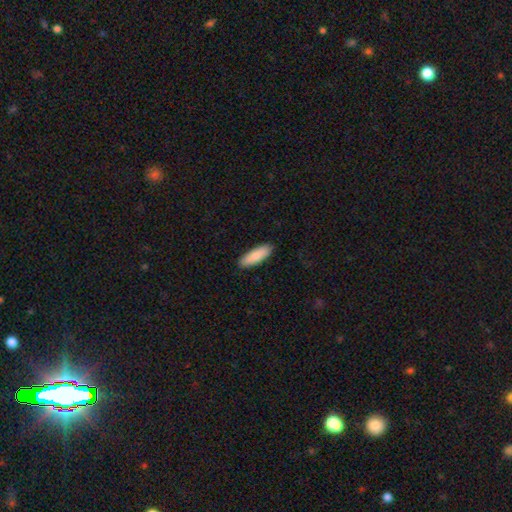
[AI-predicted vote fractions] Smooth or featured? smooth (87%)
How rounded? in between (56%)
Merging? none (89%)